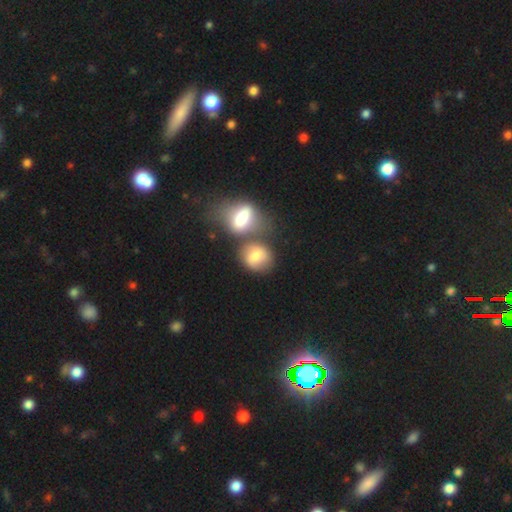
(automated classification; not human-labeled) This is likely a smooth galaxy (69%). How rounded: possibly round (59%). Merging: marginally none (43%).